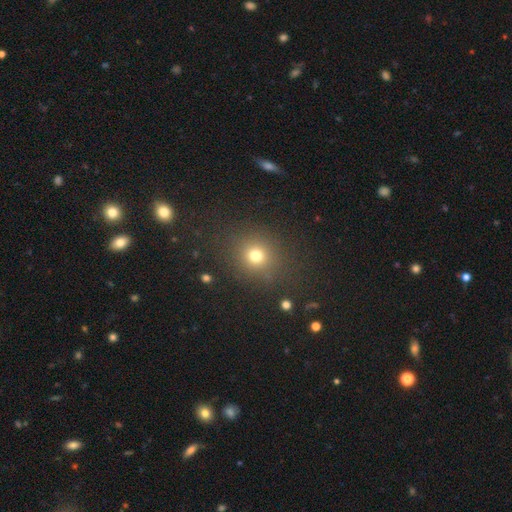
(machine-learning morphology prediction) Smooth or featured? Predicted: smooth (p=0.74). How rounded? Predicted: round (p=0.85). Merging? Predicted: none (p=0.85).